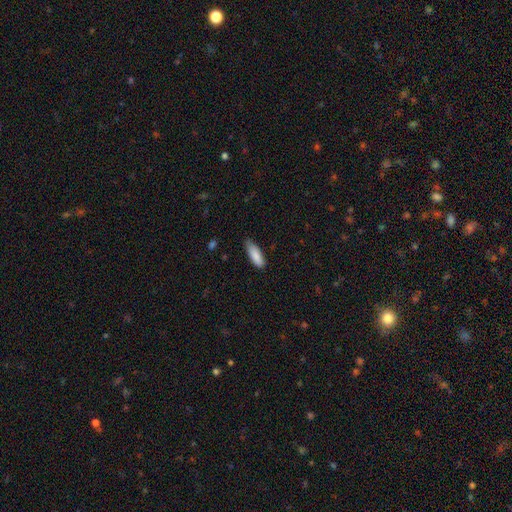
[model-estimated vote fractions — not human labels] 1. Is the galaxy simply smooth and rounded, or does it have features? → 87% smooth, 7% featured or disk, 6% star or artifact.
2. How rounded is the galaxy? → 58% in between, 41% cigar-shaped, 1% round.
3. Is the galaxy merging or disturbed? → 70% none, 26% minor disturbance, 3% major disturbance, 1% merger.